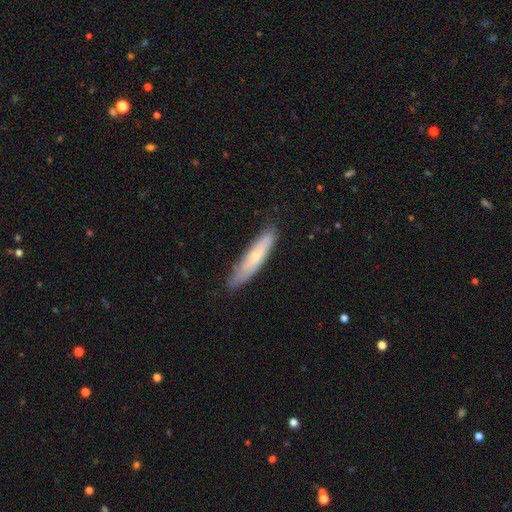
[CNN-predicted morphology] Smooth or featured?
  - smooth: 53% *
  - featured or disk: 40%
  - star or artifact: 7%
How rounded?
  - cigar-shaped: 80% *
  - in between: 19%
  - round: 2%
Merging?
  - none: 78% *
  - minor disturbance: 18%
  - major disturbance: 3%
  - merger: 1%